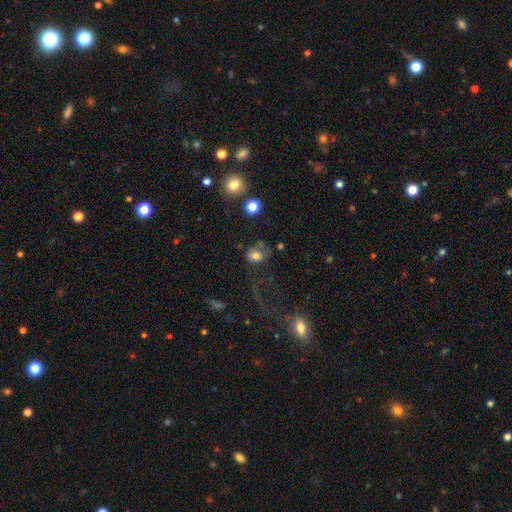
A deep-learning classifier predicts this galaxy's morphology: This appears to be a smooth galaxy with no disk features (74%) that is in between round and cigar-shaped (51%). Merging: none (45%).